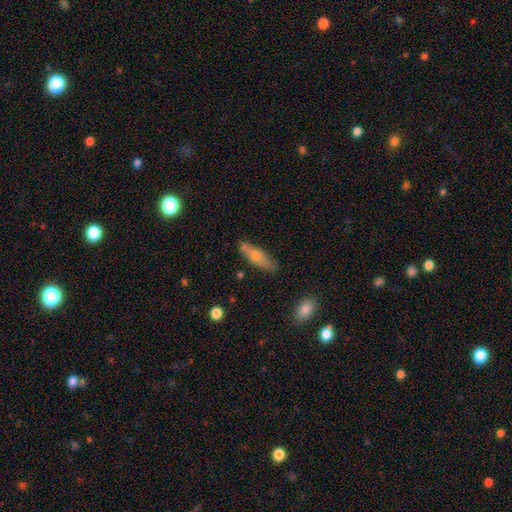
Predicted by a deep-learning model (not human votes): Smooth or featured? Predicted: smooth (p=0.63). How rounded? Predicted: cigar-shaped (p=0.58). Merging? Predicted: none (p=0.73).